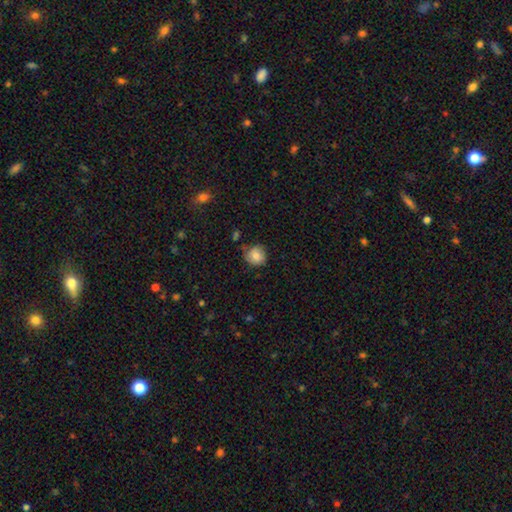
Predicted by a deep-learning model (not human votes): Morphology: type=smooth (79%); roundness=round (86%); merging=none (68%).